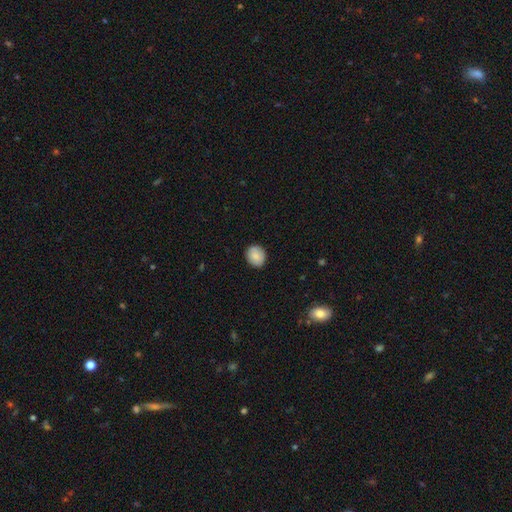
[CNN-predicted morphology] smooth_or_featured: smooth (p=0.84) [alt: featured or disk p=0.08]
how_rounded: round (p=0.68) [alt: in between p=0.31]
merging: none (p=0.87) [alt: minor disturbance p=0.10]